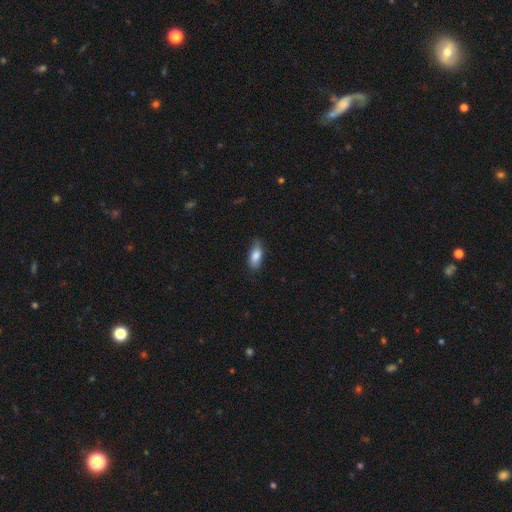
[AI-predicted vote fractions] Morphology: type=smooth (84%); roundness=in between (84%); merging=none (77%).